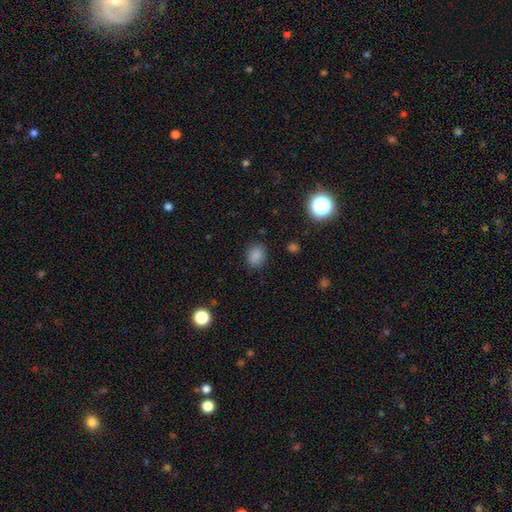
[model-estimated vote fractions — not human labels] This appears to be a smooth galaxy with no disk features (83%) that is round (53%). Merging: none (85%).